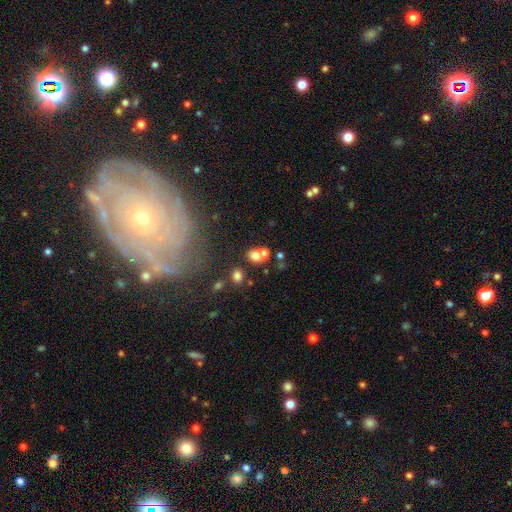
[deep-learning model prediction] Overall: smooth (71%). How rounded: round (70%). Merging: none (46%; merger 42%).